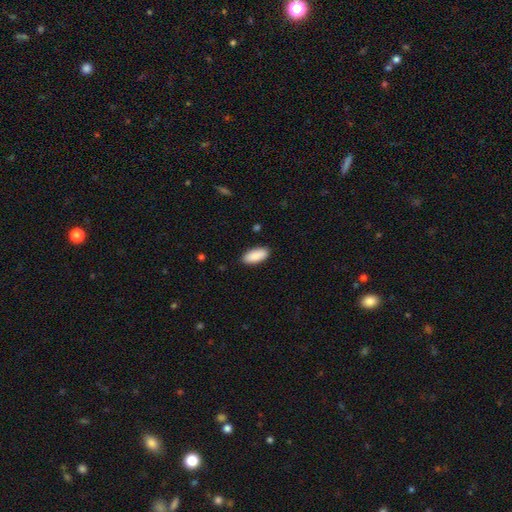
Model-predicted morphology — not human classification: A smooth galaxy with no disk features (90%) that is in between round and cigar-shaped (87%).

Vote fractions:
- Smooth or featured? smooth: 90% / star or artifact: 6% / featured or disk: 4%
- How rounded? in between: 87% / cigar-shaped: 11% / round: 2%
- Merging? none: 89% / minor disturbance: 8% / major disturbance: 2% / merger: 1%